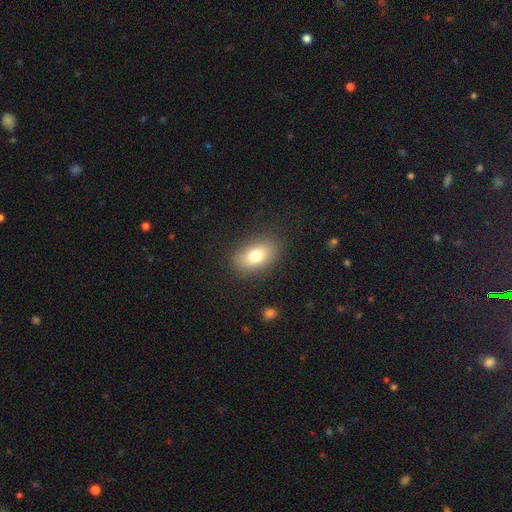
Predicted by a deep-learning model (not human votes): smooth-or-featured: smooth: 77% | featured or disk: 14% | star or artifact: 9%
  how-rounded: in between: 88% | round: 9% | cigar-shaped: 3%
  merging: none: 84% | minor disturbance: 11% | major disturbance: 4% | merger: 1%